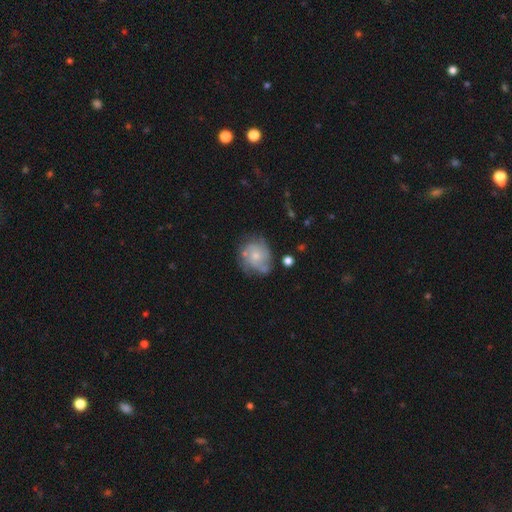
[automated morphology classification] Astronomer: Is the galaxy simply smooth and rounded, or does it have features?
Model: featured or disk — 65%.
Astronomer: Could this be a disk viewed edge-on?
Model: no — 98%.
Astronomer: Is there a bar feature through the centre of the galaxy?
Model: no — 82%.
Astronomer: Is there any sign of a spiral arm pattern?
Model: yes — 79%.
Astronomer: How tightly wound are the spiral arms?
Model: tight — 48% (runner-up: medium, 37%).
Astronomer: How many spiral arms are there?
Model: can't tell — 38% (runner-up: 3, 25%).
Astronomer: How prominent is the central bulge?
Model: small — 55% (runner-up: moderate, 38%).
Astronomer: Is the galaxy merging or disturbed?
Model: none — 59%.